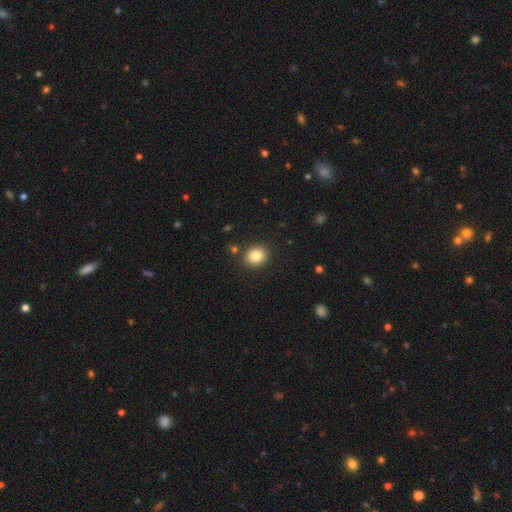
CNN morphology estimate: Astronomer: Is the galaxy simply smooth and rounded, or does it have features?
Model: smooth — 84%.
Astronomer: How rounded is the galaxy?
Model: round — 66%.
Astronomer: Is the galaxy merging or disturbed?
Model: none — 87%.